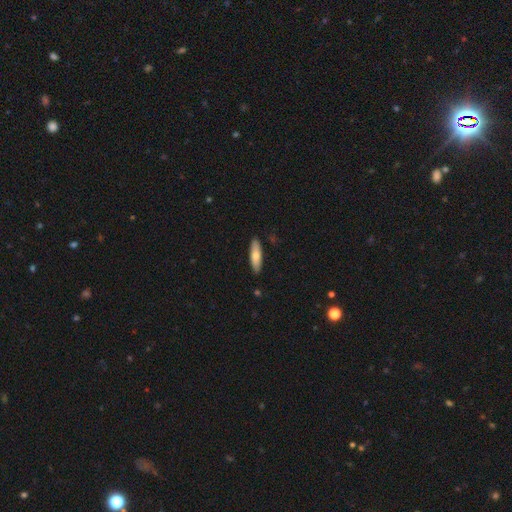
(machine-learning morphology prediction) A smooth galaxy with no disk features (72%) that is cigar-shaped (59%). Merging: none (89%).